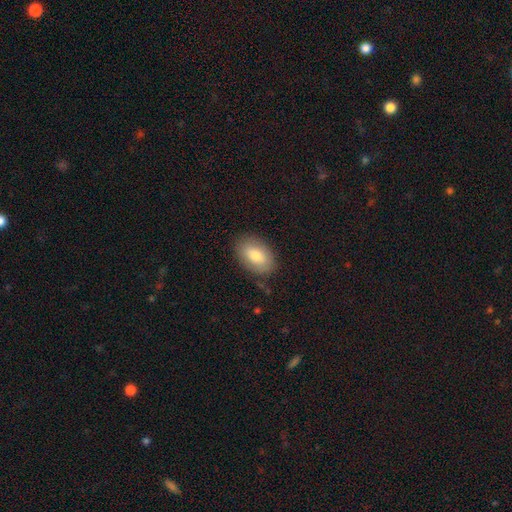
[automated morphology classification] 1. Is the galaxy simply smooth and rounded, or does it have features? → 78% smooth, 14% featured or disk, 7% star or artifact.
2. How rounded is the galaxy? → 89% in between, 9% round, 1% cigar-shaped.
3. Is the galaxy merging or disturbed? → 84% none, 12% minor disturbance, 3% major disturbance, 1% merger.